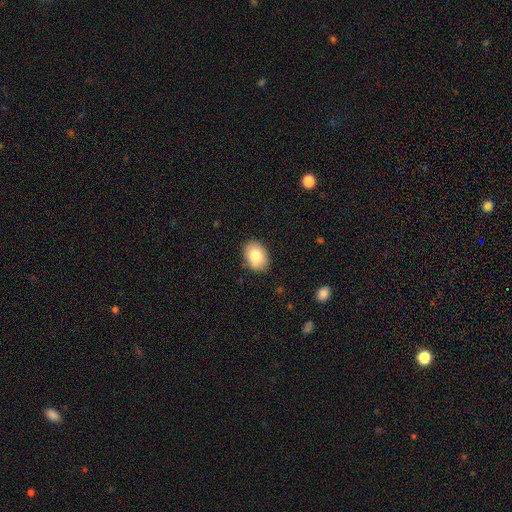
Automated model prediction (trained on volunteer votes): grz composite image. It shows a smooth galaxy with no disk features (81%) that is in between round and cigar-shaped (76%). Merging: none (85%).